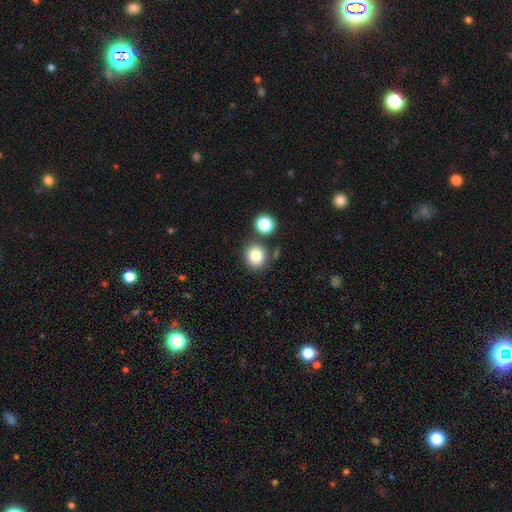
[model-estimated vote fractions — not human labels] This is clearly a smooth galaxy (82%). How rounded: clearly round (85%). Merging: likely none (75%).